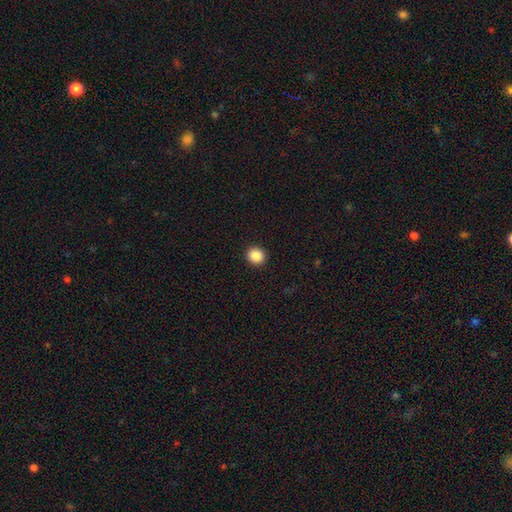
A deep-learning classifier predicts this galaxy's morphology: A smooth galaxy with no disk features (88%) that is round (88%).

Vote fractions:
- Smooth or featured? smooth: 88% / star or artifact: 9% / featured or disk: 3%
- How rounded? round: 88% / in between: 11% / cigar-shaped: 1%
- Merging? none: 93% / minor disturbance: 5% / major disturbance: 2% / merger: 1%